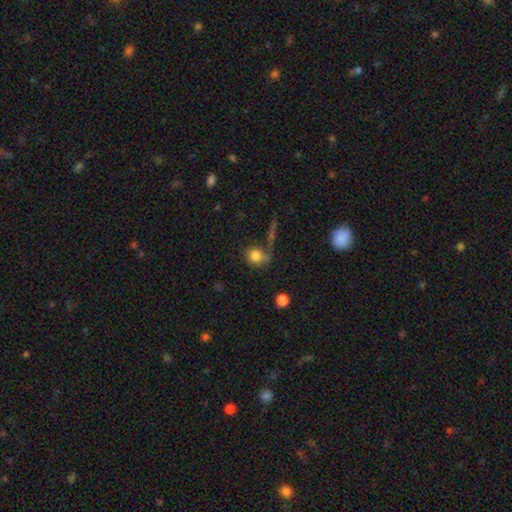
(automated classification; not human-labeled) Smooth or featured: smooth — 80% (star or artifact — 10%)
How rounded: round — 74% (in between — 24%)
Merging: none — 52% (merger — 19%)